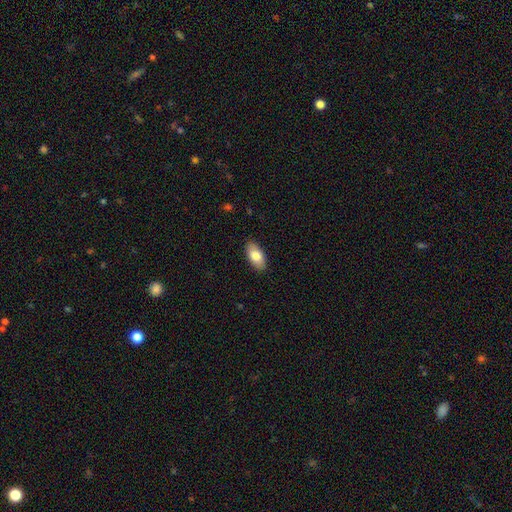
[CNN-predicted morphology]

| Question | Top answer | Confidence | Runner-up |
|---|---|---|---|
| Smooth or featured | smooth | 79% | featured or disk (14%) |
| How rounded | in between | 93% | cigar-shaped (4%) |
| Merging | none | 89% | minor disturbance (8%) |